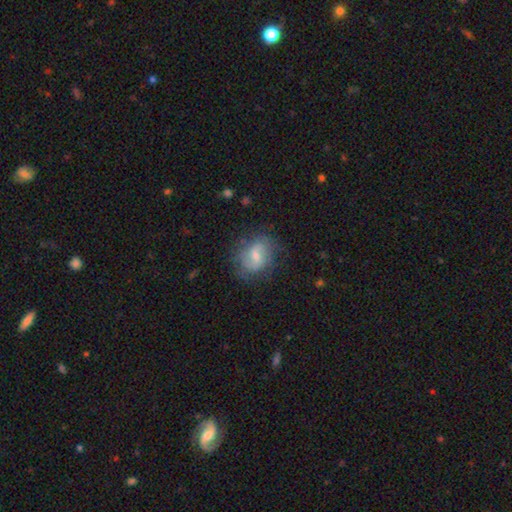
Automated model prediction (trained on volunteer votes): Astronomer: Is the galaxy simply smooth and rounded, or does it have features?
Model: featured or disk — 53% (runner-up: smooth, 40%).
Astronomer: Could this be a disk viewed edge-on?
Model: no — 96%.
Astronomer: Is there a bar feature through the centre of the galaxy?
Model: weak — 55%.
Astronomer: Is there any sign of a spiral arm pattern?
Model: yes — 73%.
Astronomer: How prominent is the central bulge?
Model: small — 46% (runner-up: moderate, 44%).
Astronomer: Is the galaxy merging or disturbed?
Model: none — 67%.